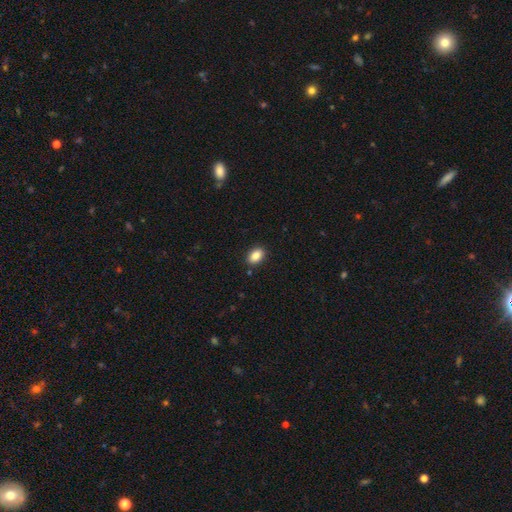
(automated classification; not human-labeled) smooth 87%, star or artifact 8%, featured or disk 5%. Down the decision tree: how rounded — in between (87%); merging — none (89%).